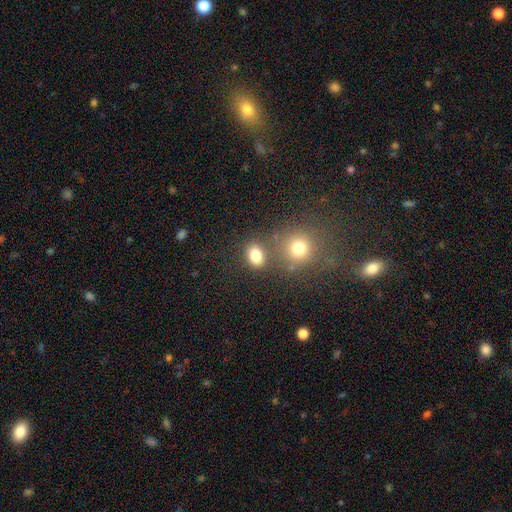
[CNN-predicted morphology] This is clearly a smooth galaxy (81%). How rounded: likely in between (66%). Merging: likely none (66%).